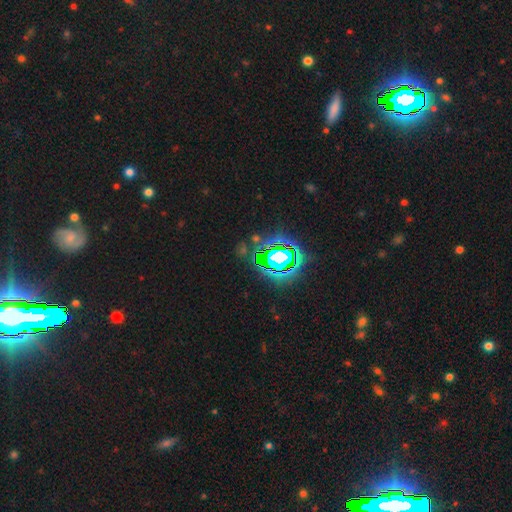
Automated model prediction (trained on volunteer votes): A star or artifact, not a galaxy (78%).